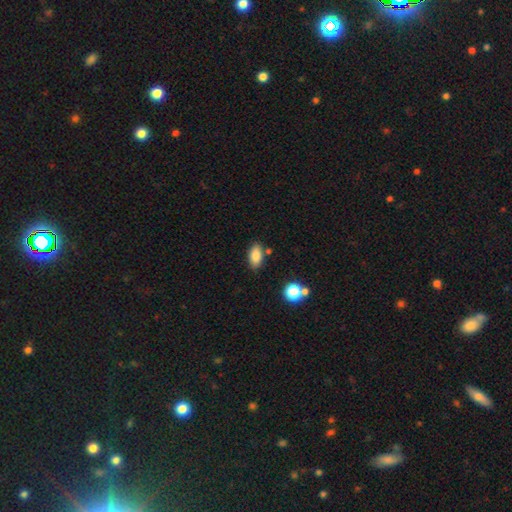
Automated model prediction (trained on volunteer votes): smooth 84%, star or artifact 8%, featured or disk 7%. Down the decision tree: how rounded — in between (89%); merging — none (81%).